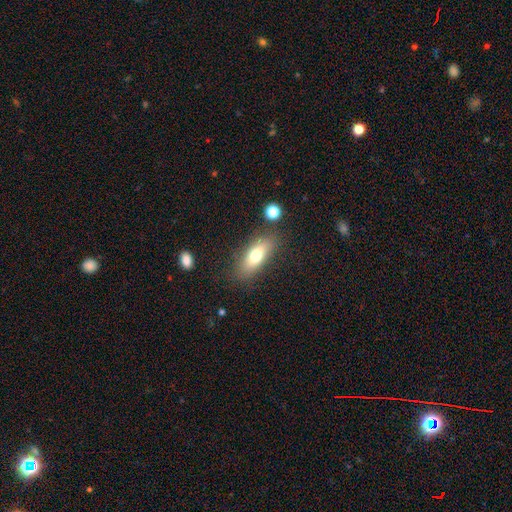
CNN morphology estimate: smooth-or-featured: smooth: 71% | featured or disk: 21% | star or artifact: 8%
  how-rounded: in between: 72% | cigar-shaped: 24% | round: 4%
  merging: none: 77% | minor disturbance: 15% | major disturbance: 5% | merger: 4%